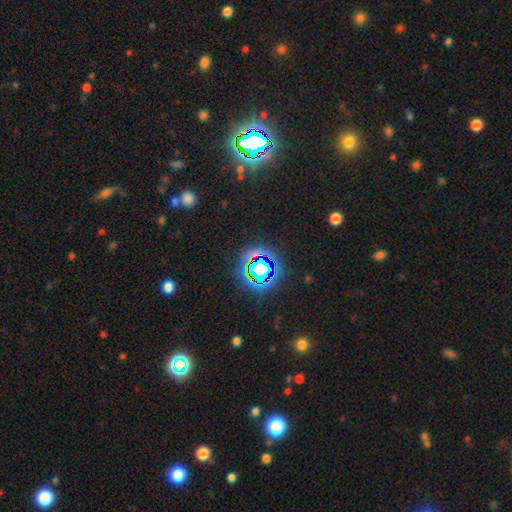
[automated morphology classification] This appears to be a star or artifact, not a galaxy (72%).